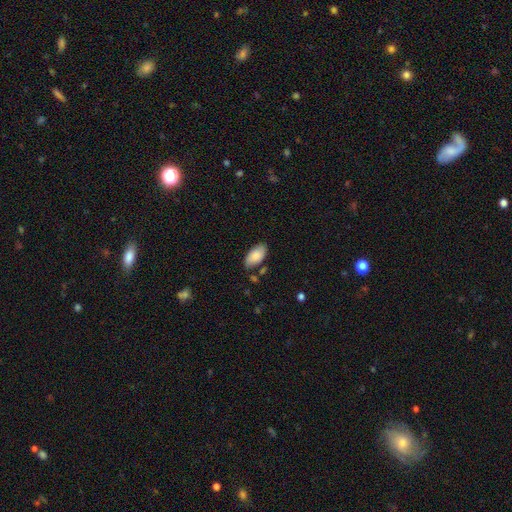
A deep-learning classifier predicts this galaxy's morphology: Overall: smooth (83%). How rounded: in between (95%). Merging: none (73%).